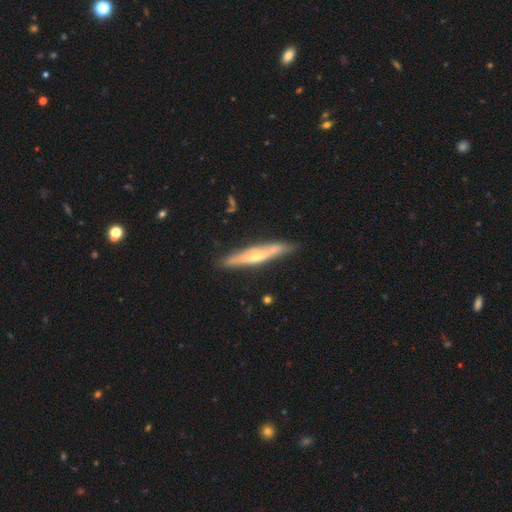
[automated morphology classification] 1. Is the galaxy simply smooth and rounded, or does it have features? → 61% featured or disk, 34% smooth, 5% star or artifact.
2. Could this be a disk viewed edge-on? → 89% yes, 11% no.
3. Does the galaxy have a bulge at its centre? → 77% rounded, 17% none, 7% boxy.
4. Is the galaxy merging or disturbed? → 82% none, 13% minor disturbance, 2% major disturbance, 2% merger.